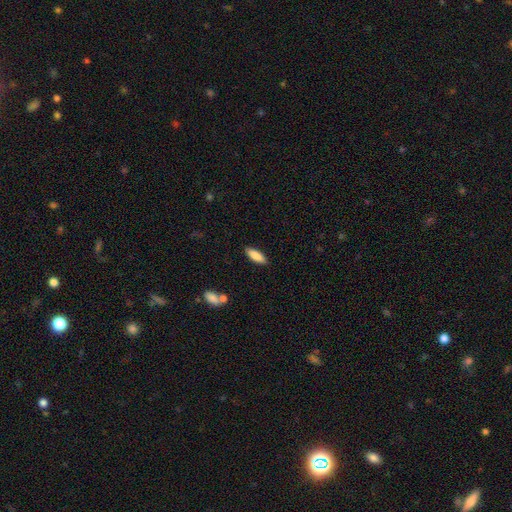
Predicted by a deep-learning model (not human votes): Smooth or featured?
  - smooth: 86% *
  - featured or disk: 8%
  - star or artifact: 6%
How rounded?
  - in between: 63% *
  - cigar-shaped: 35%
  - round: 2%
Merging?
  - none: 87% *
  - minor disturbance: 9%
  - major disturbance: 2%
  - merger: 2%